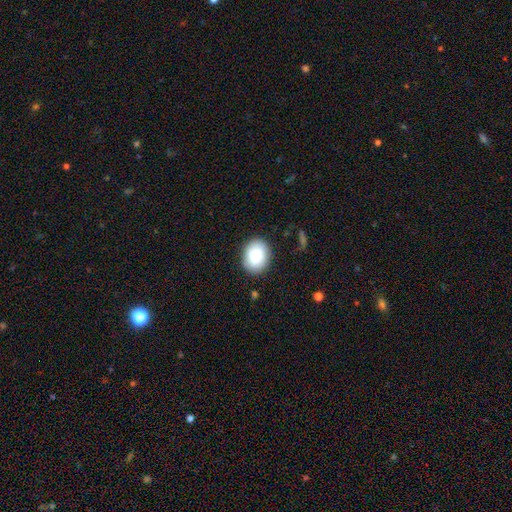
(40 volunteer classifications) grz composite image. It shows a smooth galaxy with no disk features (90%) that is in between round and cigar-shaped (81%). Merging: none (97%).